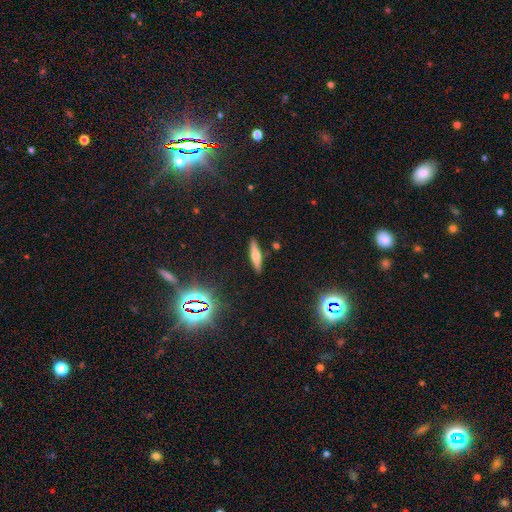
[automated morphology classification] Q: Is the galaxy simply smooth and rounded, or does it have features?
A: smooth — 50%.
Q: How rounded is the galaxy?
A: cigar-shaped — 80%.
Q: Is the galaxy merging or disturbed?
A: none — 89%.